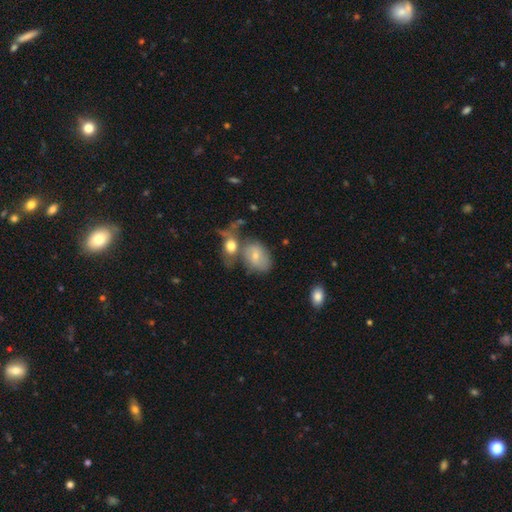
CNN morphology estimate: Smooth or featured? Predicted: smooth (p=0.63). How rounded? Predicted: in between (p=0.72). Merging? Predicted: merger (p=0.42).